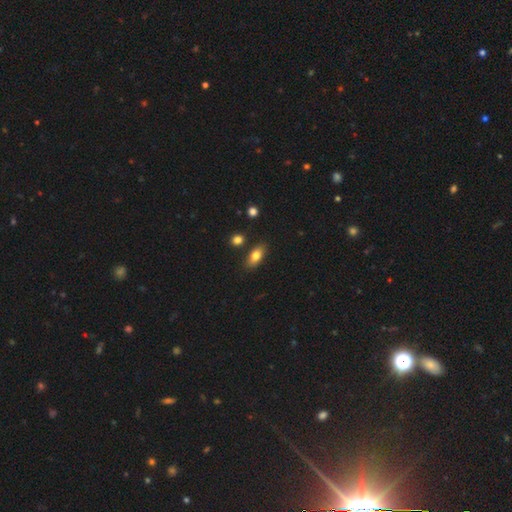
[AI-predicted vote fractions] The model was most divided on "smooth or featured": smooth: 79%, featured or disk: 13%, star or artifact: 8%. More confident: how rounded — in between (84%); merging — none (82%).